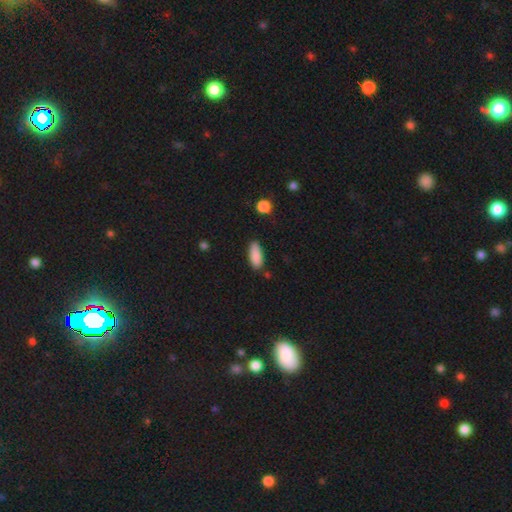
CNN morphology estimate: Smooth or featured? Predicted: smooth (p=0.88). How rounded? Predicted: in between (p=0.72). Merging? Predicted: none (p=0.80).